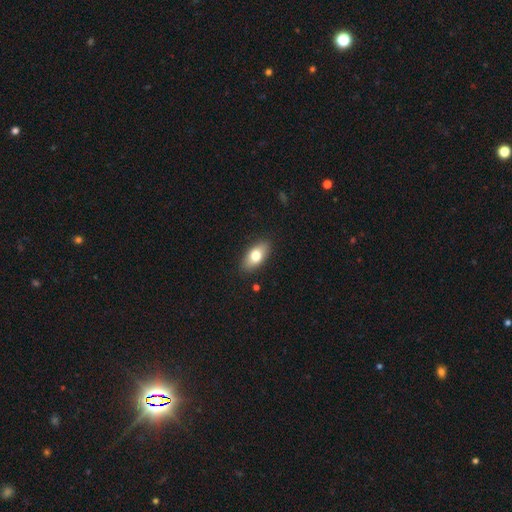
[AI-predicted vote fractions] This appears to be a smooth galaxy with no disk features (73%) that is in between round and cigar-shaped (88%). Merging: none (88%).